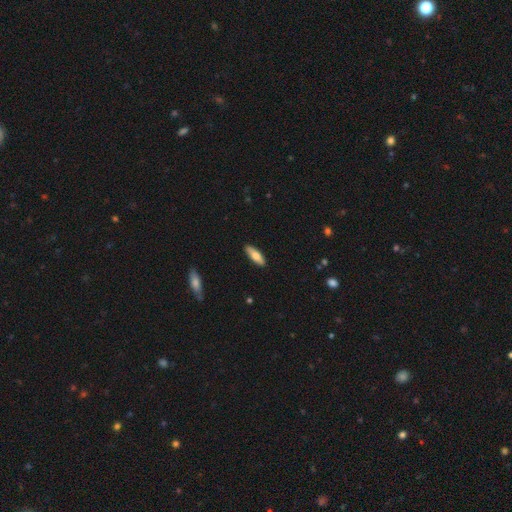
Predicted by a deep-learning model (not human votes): This is likely a smooth galaxy (73%). How rounded: possibly in between (56%). Merging: clearly none (89%).